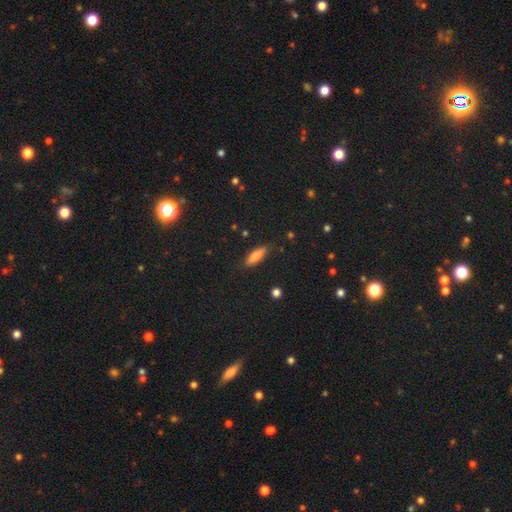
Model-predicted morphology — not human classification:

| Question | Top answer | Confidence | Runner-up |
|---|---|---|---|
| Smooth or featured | smooth | 75% | featured or disk (15%) |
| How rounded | in between | 60% | cigar-shaped (37%) |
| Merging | none | 84% | minor disturbance (12%) |